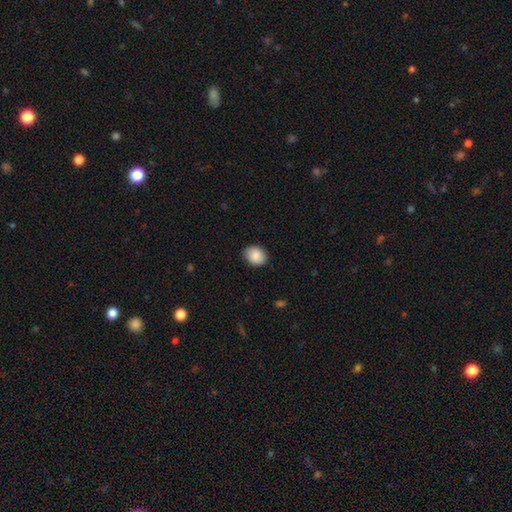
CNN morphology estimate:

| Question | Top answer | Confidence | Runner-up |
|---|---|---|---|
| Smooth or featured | smooth | 88% | star or artifact (7%) |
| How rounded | in between | 55% | round (44%) |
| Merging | none | 85% | minor disturbance (12%) |